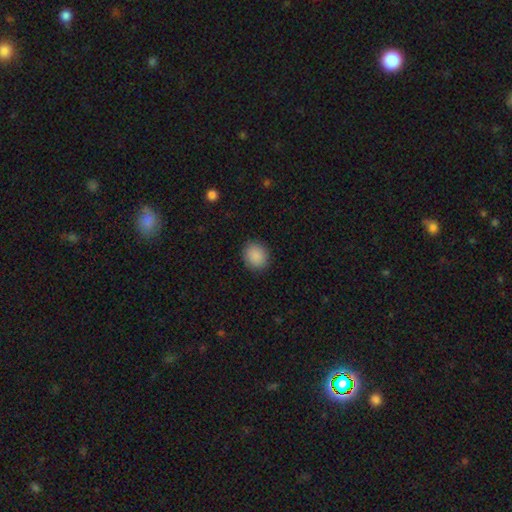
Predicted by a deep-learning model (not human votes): Q: Smooth or featured?
A: smooth (89%); runner-up: star or artifact (8%)
Q: How rounded?
A: round (76%); runner-up: in between (23%)
Q: Merging?
A: none (89%); runner-up: minor disturbance (8%)